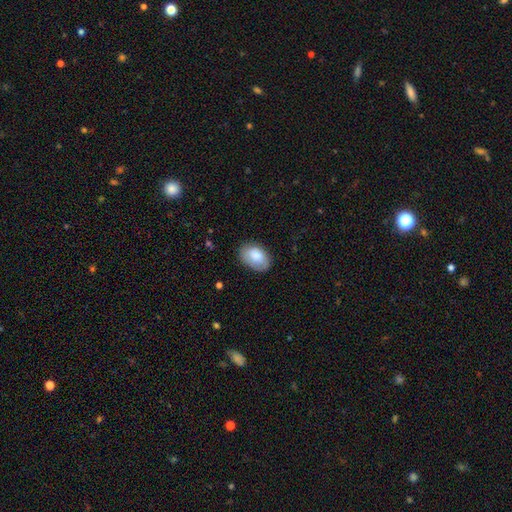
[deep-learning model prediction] Smooth or featured?
  - smooth: 83% *
  - featured or disk: 11%
  - star or artifact: 6%
How rounded?
  - in between: 90% *
  - round: 9%
  - cigar-shaped: 1%
Merging?
  - none: 77% *
  - minor disturbance: 18%
  - major disturbance: 4%
  - merger: 1%